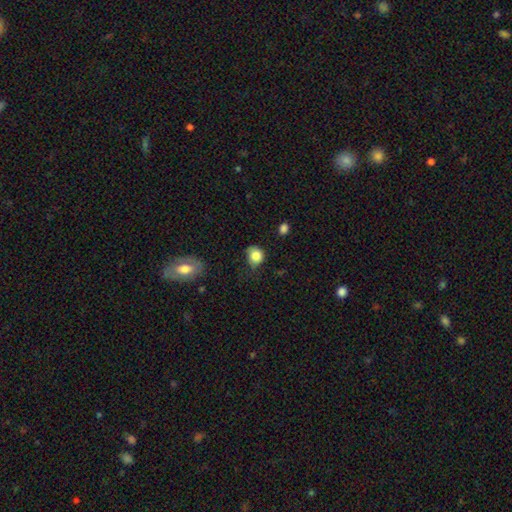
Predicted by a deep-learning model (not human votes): A smooth galaxy with no disk features (83%) that is round (73%).

Vote fractions:
- Smooth or featured? smooth: 83% / star or artifact: 9% / featured or disk: 8%
- How rounded? round: 73% / in between: 26% / cigar-shaped: 1%
- Merging? none: 53% / minor disturbance: 34% / major disturbance: 11% / merger: 2%